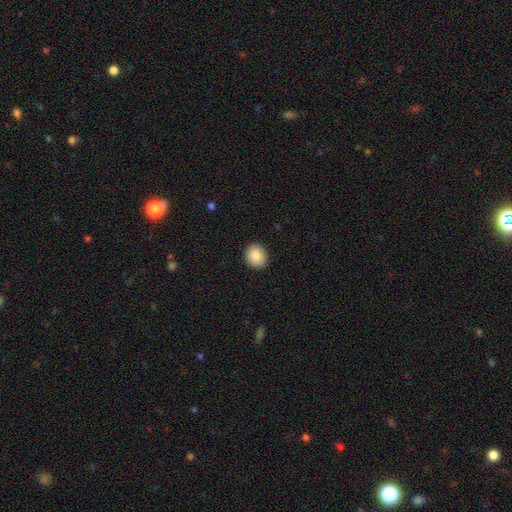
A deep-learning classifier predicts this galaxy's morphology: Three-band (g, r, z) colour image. It shows a smooth galaxy with no disk features (87%) that is round (58%). Merging: none (90%).